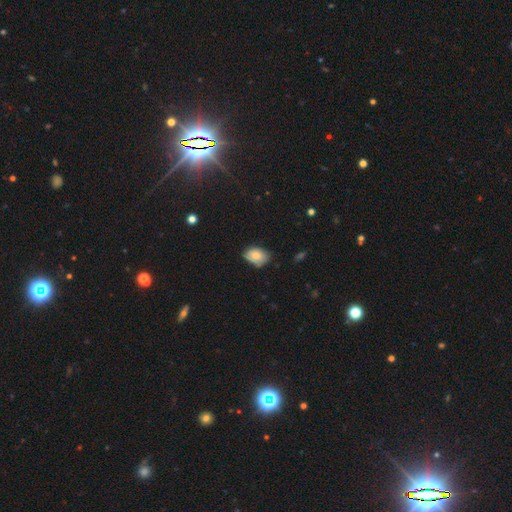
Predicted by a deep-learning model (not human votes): This appears to be a smooth galaxy with no disk features (81%) that is in between round and cigar-shaped (84%). Merging: none (68%).